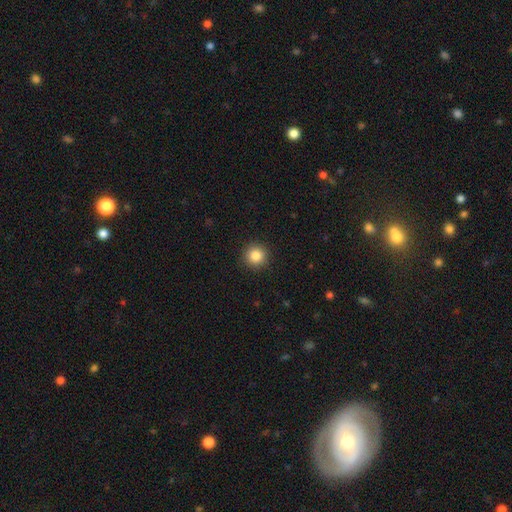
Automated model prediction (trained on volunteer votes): Morphology: type=smooth (85%); roundness=round (95%); merging=none (92%).